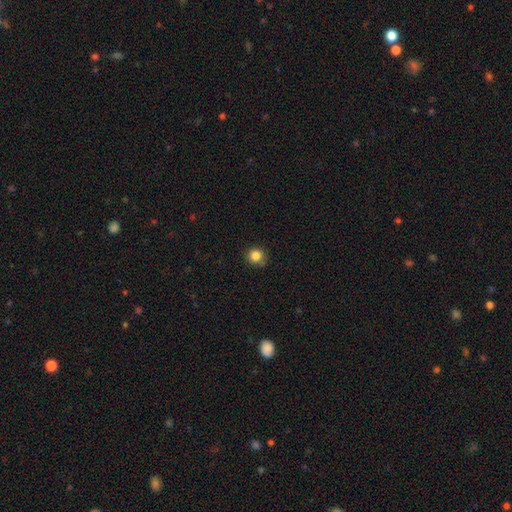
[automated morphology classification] This appears to be a smooth galaxy with no disk features (84%) that is round (92%). Merging: none (83%).